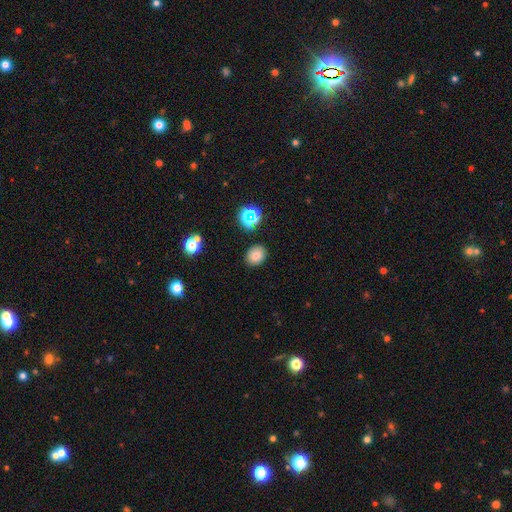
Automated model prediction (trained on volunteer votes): A smooth galaxy with no disk features (76%) that is round (60%). Merging: none (87%).